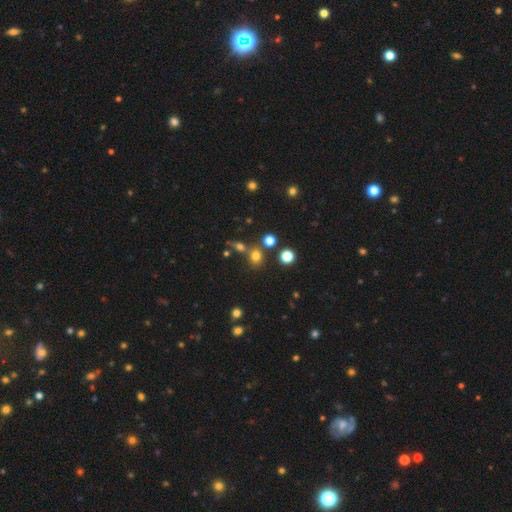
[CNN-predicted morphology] This appears to be a smooth galaxy with no disk features (72%) that is round (74%). Merging: none (68%).